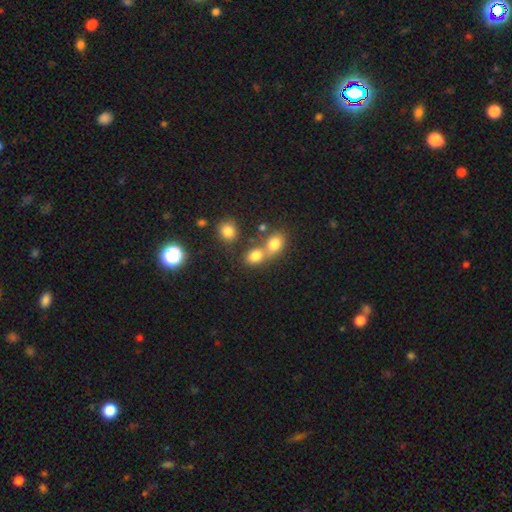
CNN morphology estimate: The model was most divided on "how rounded": round: 50%, in between: 48%, cigar-shaped: 2%. More confident: smooth or featured — smooth (77%); merging — merger (51%).